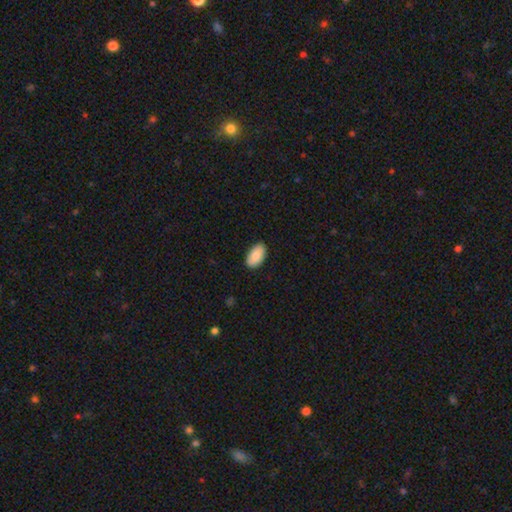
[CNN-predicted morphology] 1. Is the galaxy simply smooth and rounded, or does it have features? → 84% smooth, 10% featured or disk, 6% star or artifact.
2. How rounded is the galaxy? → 95% in between, 3% round, 2% cigar-shaped.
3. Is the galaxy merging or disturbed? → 87% none, 10% minor disturbance, 2% major disturbance, 1% merger.